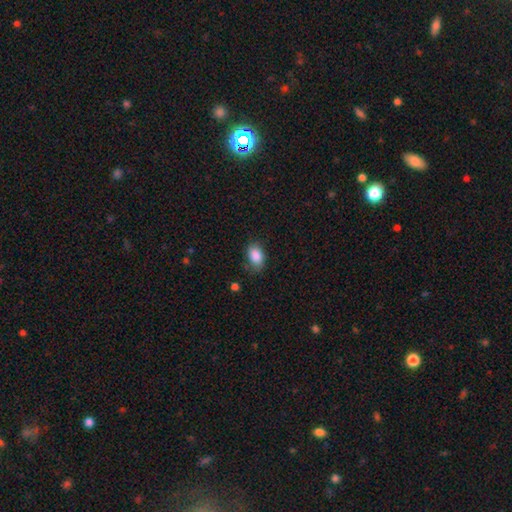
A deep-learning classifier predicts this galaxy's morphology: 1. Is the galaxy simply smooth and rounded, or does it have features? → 86% smooth, 8% star or artifact, 6% featured or disk.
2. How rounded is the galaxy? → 85% in between, 13% round, 1% cigar-shaped.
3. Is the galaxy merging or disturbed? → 70% none, 23% minor disturbance, 5% major disturbance, 2% merger.